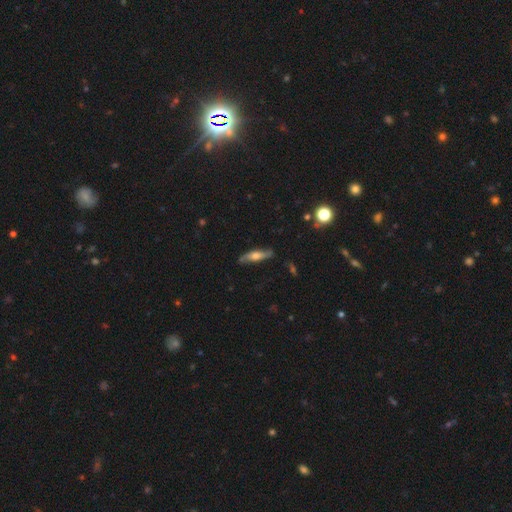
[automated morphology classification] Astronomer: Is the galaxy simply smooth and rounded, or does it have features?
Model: featured or disk — 53% (runner-up: smooth, 40%).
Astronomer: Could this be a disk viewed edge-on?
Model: yes — 68%.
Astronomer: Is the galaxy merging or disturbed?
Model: none — 79%.